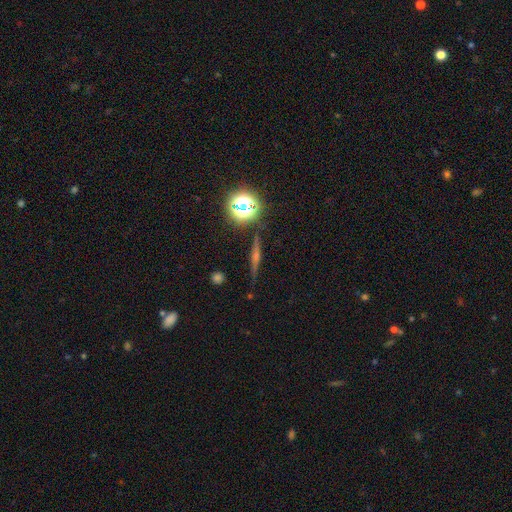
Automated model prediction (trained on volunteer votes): The model was most divided on "smooth or featured": featured or disk: 61%, star or artifact: 19%, smooth: 19%. More confident: edge-on disk — yes (96%); merging — none (89%); edge-on bulge — rounded (79%).